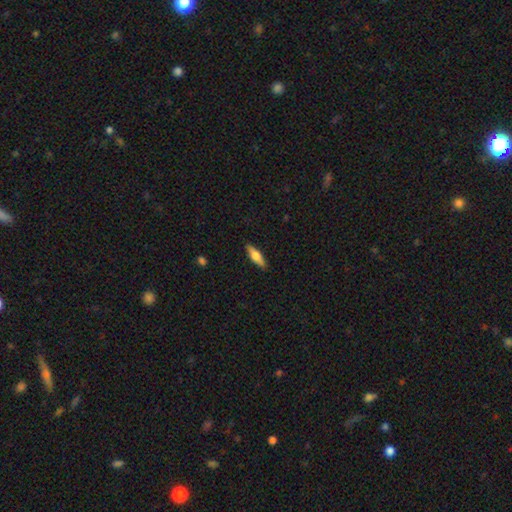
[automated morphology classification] smooth-or-featured: smooth: 56% | featured or disk: 38% | star or artifact: 6%
  how-rounded: cigar-shaped: 57% | in between: 40% | round: 2%
  merging: none: 89% | minor disturbance: 9% | major disturbance: 2% | merger: 1%